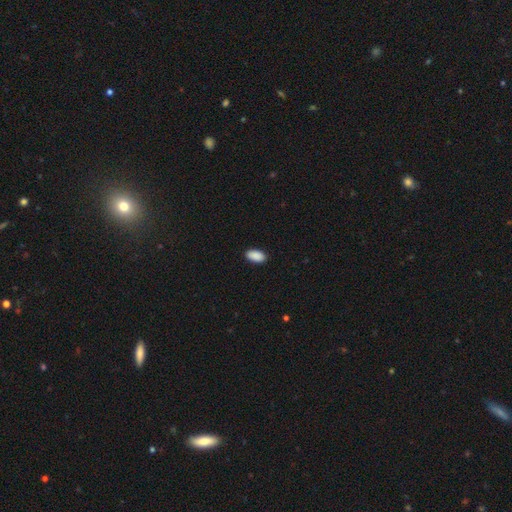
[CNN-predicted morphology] Smooth or featured: smooth — 90% (star or artifact — 7%)
How rounded: in between — 94% (round — 3%)
Merging: none — 89% (minor disturbance — 8%)